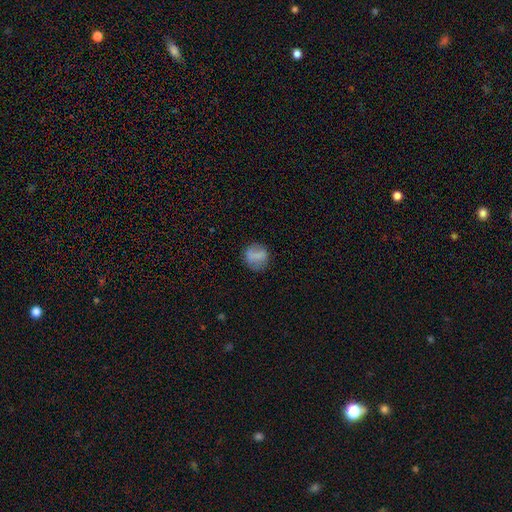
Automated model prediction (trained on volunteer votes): Smooth or featured? smooth (72%)
How rounded? round (80%)
Merging? none (76%)